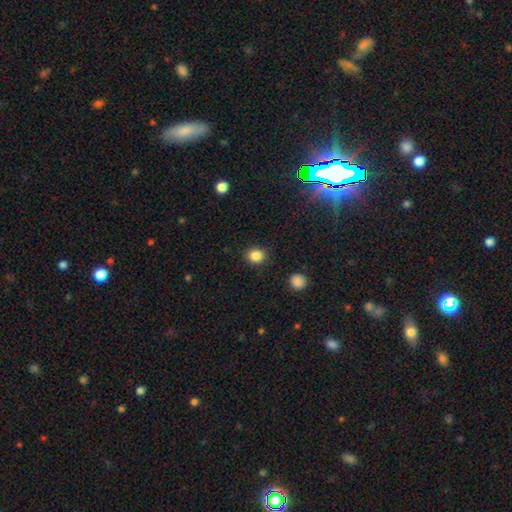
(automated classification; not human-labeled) Smooth or featured? Predicted: smooth (p=0.85). How rounded? Predicted: round (p=0.81). Merging? Predicted: none (p=0.89).